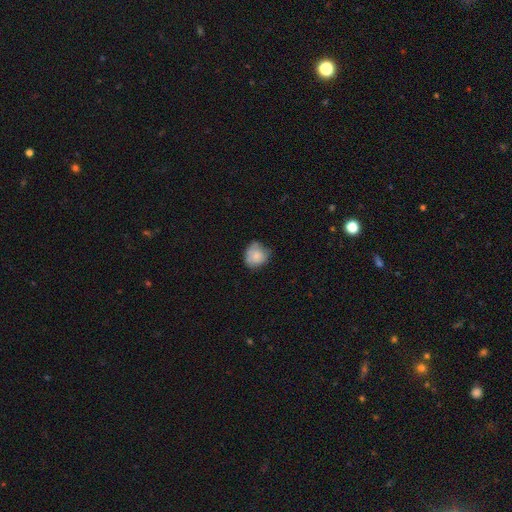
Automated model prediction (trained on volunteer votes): Overall: smooth (78%). How rounded: round (76%). Merging: none (54%; minor disturbance 35%).